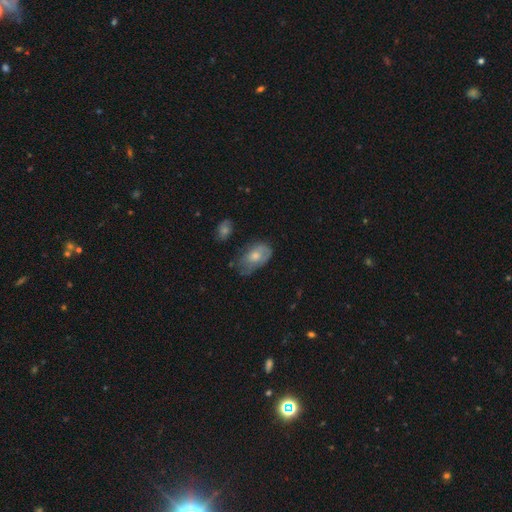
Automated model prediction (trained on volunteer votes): Morphology: type=smooth (60%); roundness=in between (89%); merging=none (40%).